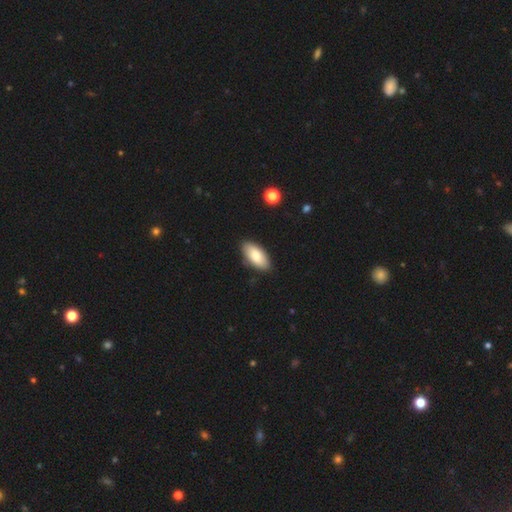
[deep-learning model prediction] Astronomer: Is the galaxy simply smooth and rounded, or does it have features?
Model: smooth — 79%.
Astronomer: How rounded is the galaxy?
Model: in between — 92%.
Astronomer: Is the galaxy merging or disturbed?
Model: none — 87%.